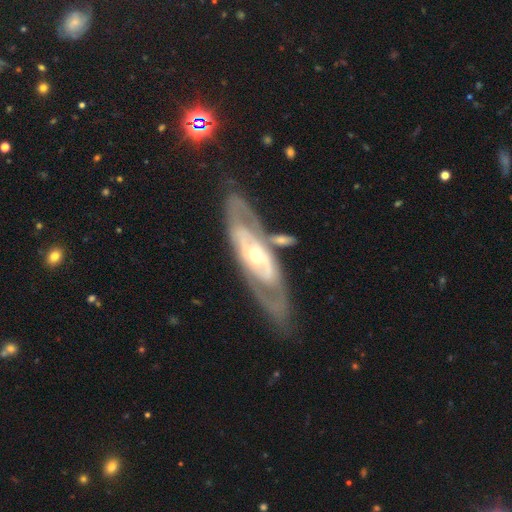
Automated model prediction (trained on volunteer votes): Q: Smooth or featured?
A: featured or disk (81%); runner-up: smooth (14%)
Q: Edge-on disk?
A: no (83%); runner-up: yes (17%)
Q: Bar?
A: no (68%); runner-up: weak (20%)
Q: Spiral arms?
A: yes (57%); runner-up: no (43%)
Q: Bulge size?
A: moderate (50%); runner-up: small (44%)
Q: Merging?
A: none (74%); runner-up: minor disturbance (13%)